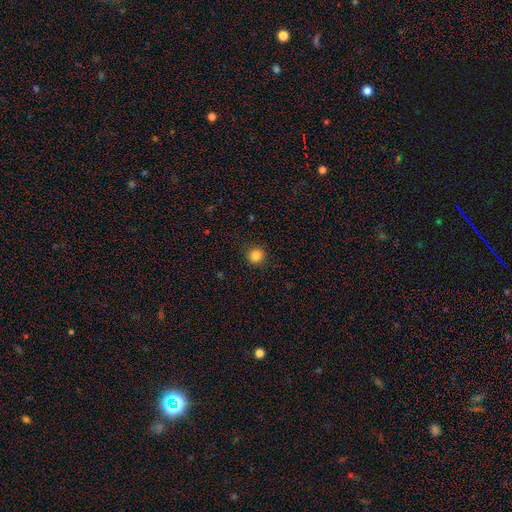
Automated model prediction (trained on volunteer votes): This is clearly a smooth galaxy (85%). How rounded: clearly round (90%). Merging: clearly none (91%).